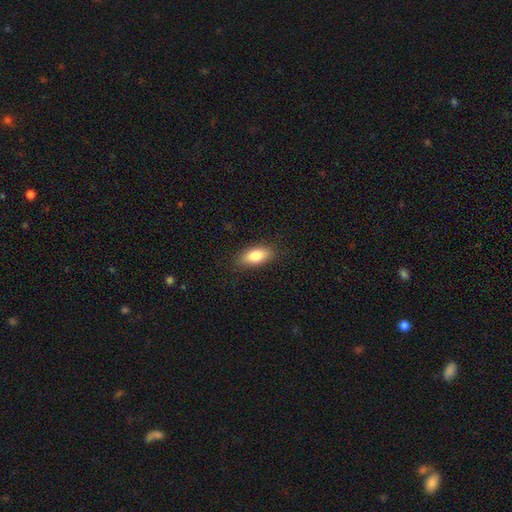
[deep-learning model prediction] Smooth or featured? smooth (82%)
How rounded? in between (86%)
Merging? none (86%)